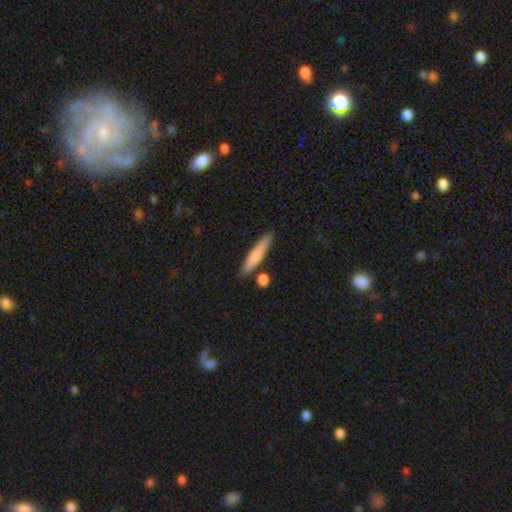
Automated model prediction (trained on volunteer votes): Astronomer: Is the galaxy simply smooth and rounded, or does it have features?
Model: smooth — 70%.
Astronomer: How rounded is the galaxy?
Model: cigar-shaped — 90%.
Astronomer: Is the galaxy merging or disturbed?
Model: none — 80%.